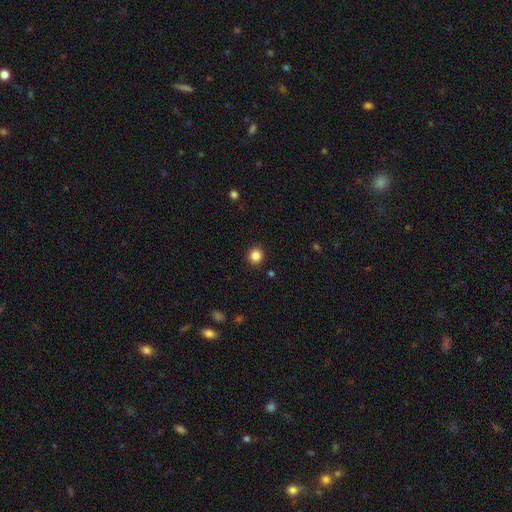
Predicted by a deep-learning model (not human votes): This appears to be a smooth galaxy with no disk features (85%) that is round (92%). Merging: none (92%).